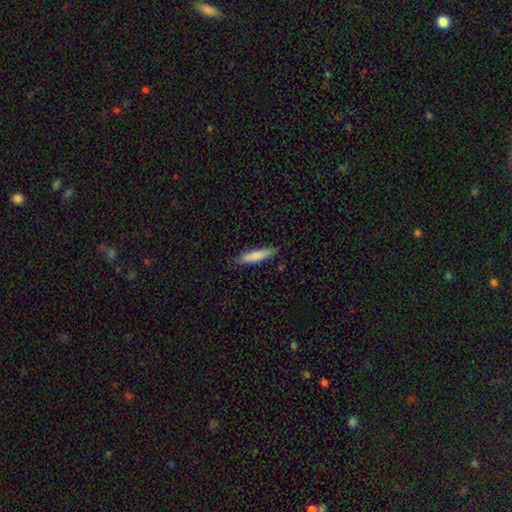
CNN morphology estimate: A smooth galaxy with no disk features (82%) that is cigar-shaped (83%). Merging: none (83%).